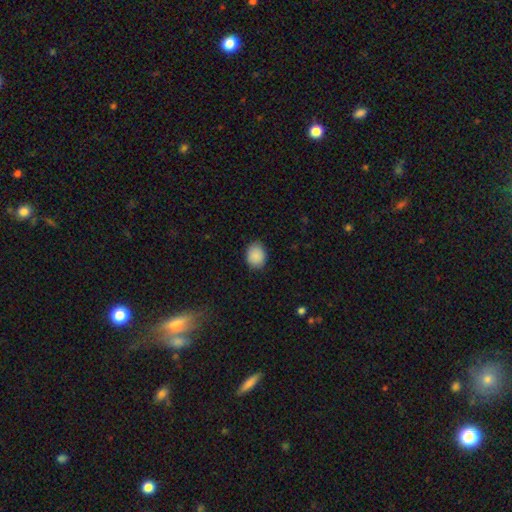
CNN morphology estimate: Smooth or featured? smooth (89%)
How rounded? round (52%)
Merging? none (85%)